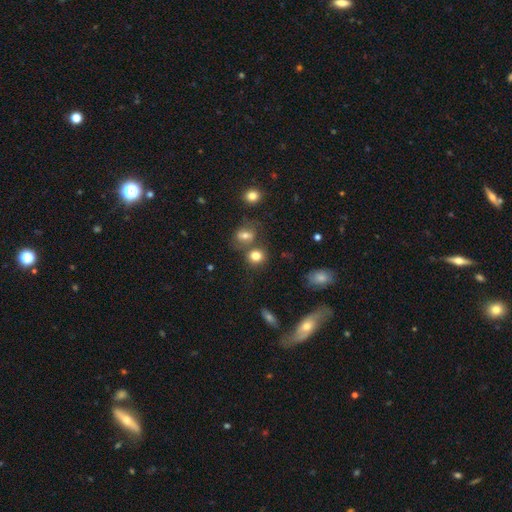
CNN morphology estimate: Smooth or featured? Predicted: smooth (p=0.78). How rounded? Predicted: round (p=0.76). Merging? Predicted: none (p=0.62).